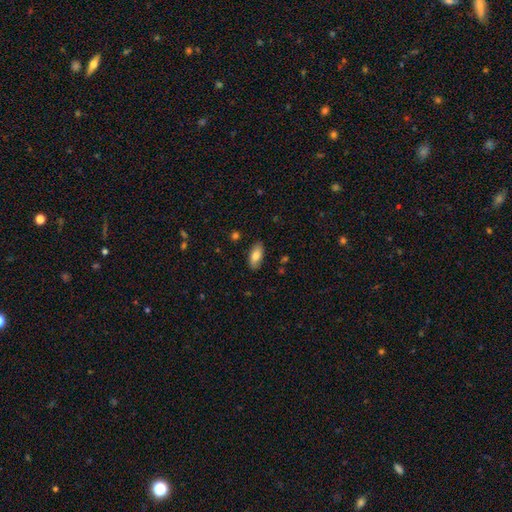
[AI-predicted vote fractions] A smooth galaxy with no disk features (80%) that is in between round and cigar-shaped (89%). Merging: none (86%).